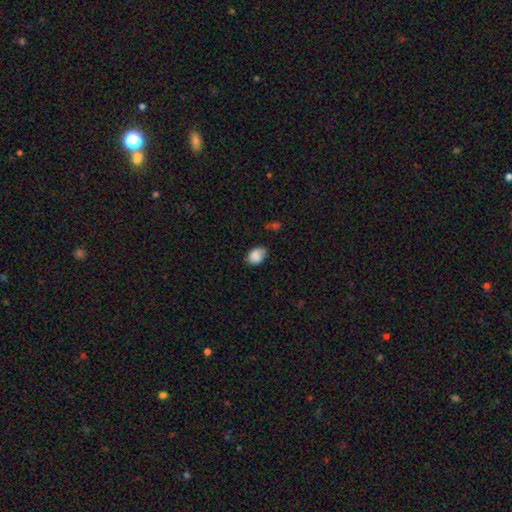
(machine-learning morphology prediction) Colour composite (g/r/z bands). It shows a smooth galaxy with no disk features (85%) that is in between round and cigar-shaped (75%). Merging: none (67%).